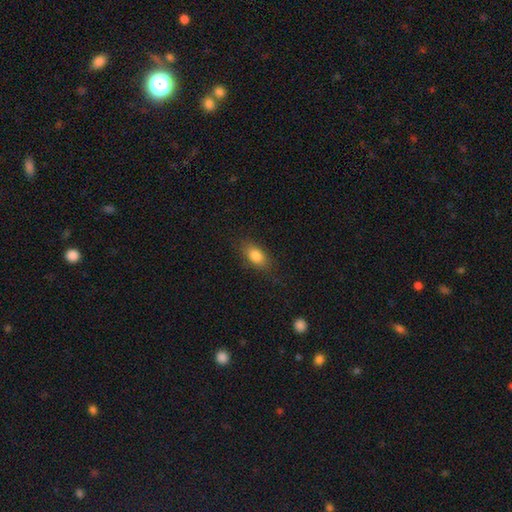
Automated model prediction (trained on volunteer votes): Overall: smooth (83%). How rounded: in between (85%). Merging: none (81%).